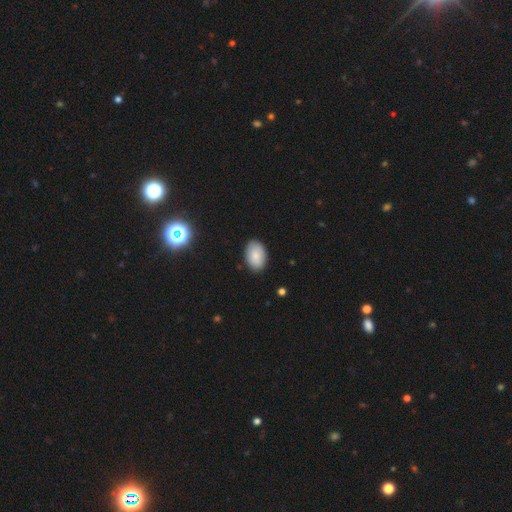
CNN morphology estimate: Smooth or featured: smooth — 85% (star or artifact — 8%)
How rounded: in between — 88% (round — 11%)
Merging: none — 87% (minor disturbance — 10%)